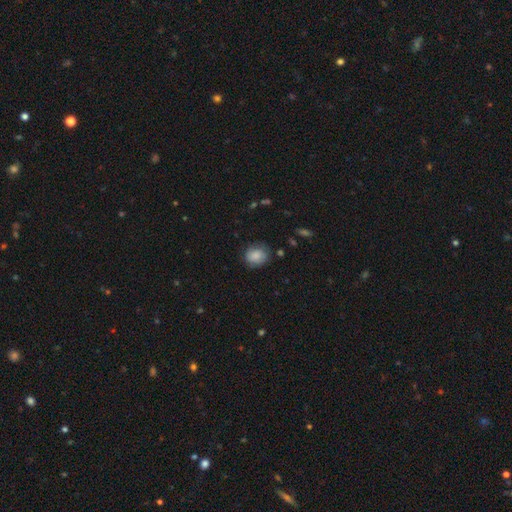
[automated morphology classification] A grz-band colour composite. It shows a smooth galaxy with no disk features (81%) that is round (63%). Merging: none (73%).